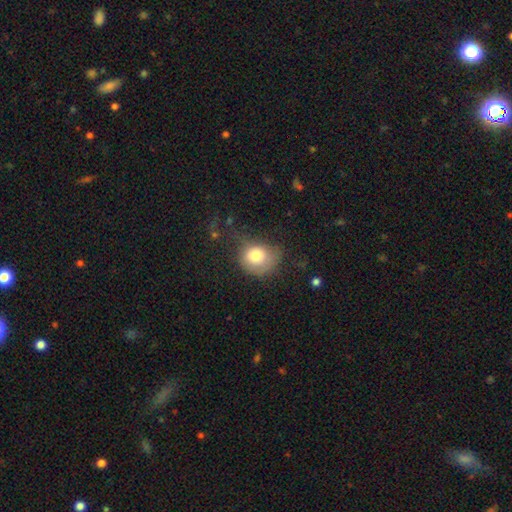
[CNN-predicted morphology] Q: Smooth or featured?
A: smooth (77%); runner-up: featured or disk (14%)
Q: How rounded?
A: round (66%); runner-up: in between (33%)
Q: Merging?
A: none (39%); runner-up: minor disturbance (32%)